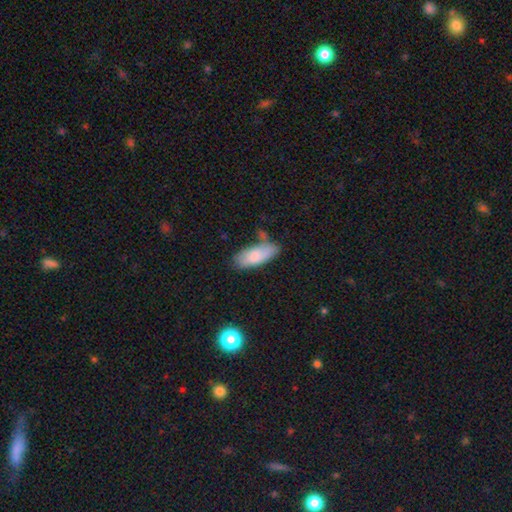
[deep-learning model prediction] Smooth or featured?
  - smooth: 79% *
  - featured or disk: 14%
  - star or artifact: 6%
How rounded?
  - in between: 82% *
  - cigar-shaped: 16%
  - round: 2%
Merging?
  - none: 57% *
  - minor disturbance: 25%
  - merger: 11%
  - major disturbance: 7%